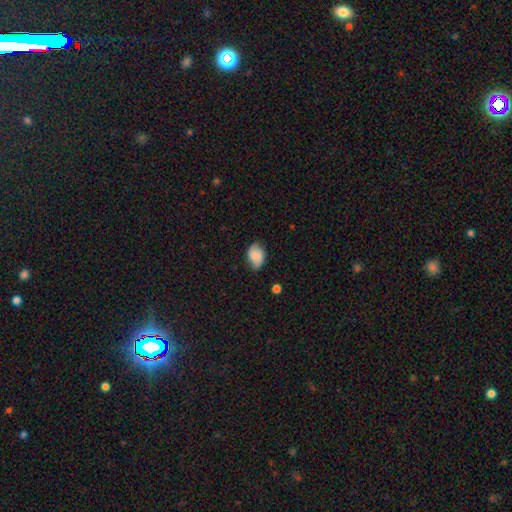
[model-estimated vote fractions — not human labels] Morphology: type=smooth (73%); roundness=in between (76%); merging=none (67%).